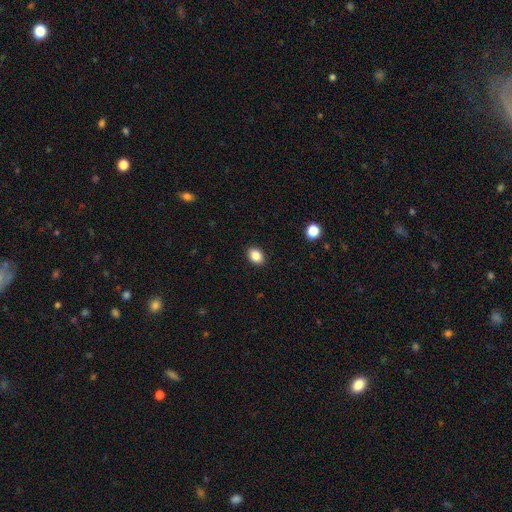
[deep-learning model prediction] Smooth or featured? smooth (86%)
How rounded? in between (69%)
Merging? none (90%)